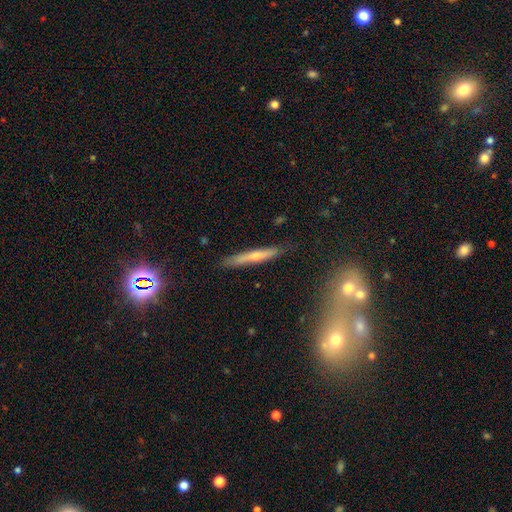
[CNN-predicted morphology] Smooth or featured?
  - featured or disk: 49% *
  - smooth: 43%
  - star or artifact: 8%
Merging?
  - none: 84% *
  - minor disturbance: 11%
  - merger: 2%
  - major disturbance: 2%